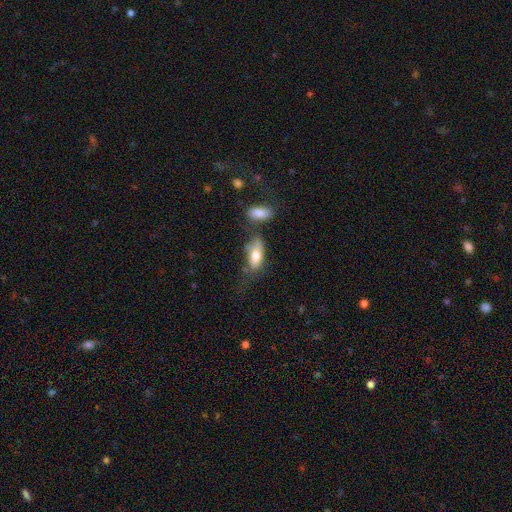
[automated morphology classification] A smooth galaxy with no disk features (74%) that is in between round and cigar-shaped (84%).

Vote fractions:
- Smooth or featured? smooth: 74% / featured or disk: 19% / star or artifact: 7%
- How rounded? in between: 84% / cigar-shaped: 13% / round: 3%
- Merging? none: 37% / minor disturbance: 26% / merger: 18% / major disturbance: 18%